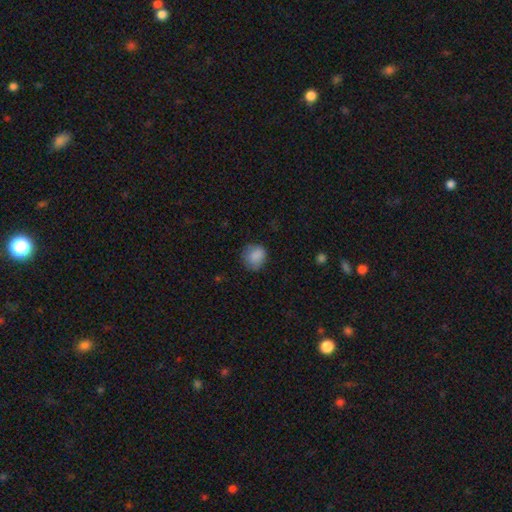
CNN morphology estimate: Smooth or featured: smooth — 85% (star or artifact — 8%)
How rounded: round — 76% (in between — 24%)
Merging: none — 71% (minor disturbance — 22%)